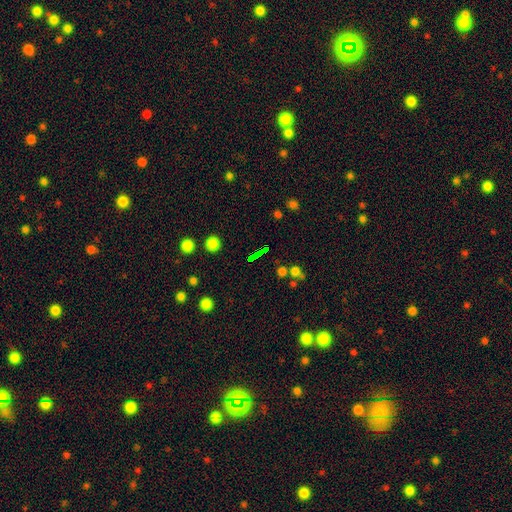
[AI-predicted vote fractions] A star or artifact, not a galaxy (50%).